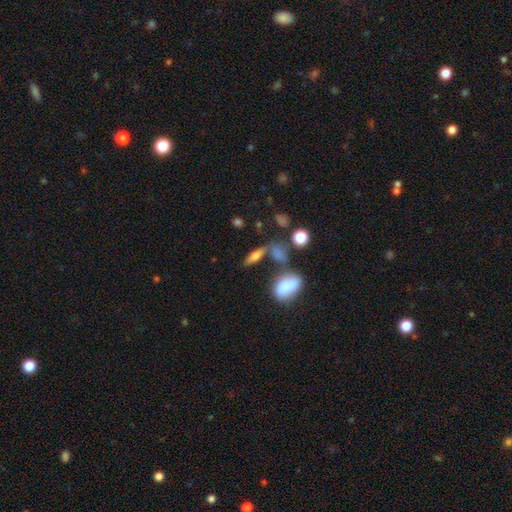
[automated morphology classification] Q: Smooth or featured?
A: smooth (59%); runner-up: featured or disk (29%)
Q: How rounded?
A: in between (48%); runner-up: cigar-shaped (44%)
Q: Merging?
A: none (58%); runner-up: merger (19%)